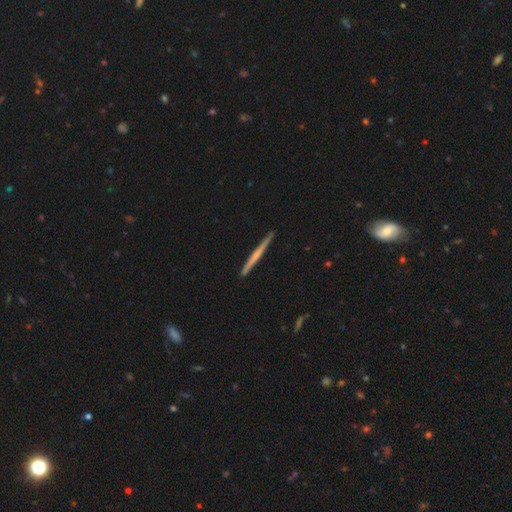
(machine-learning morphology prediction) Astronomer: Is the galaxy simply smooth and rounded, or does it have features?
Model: featured or disk — 56% (runner-up: smooth, 39%).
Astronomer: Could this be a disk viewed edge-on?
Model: yes — 98%.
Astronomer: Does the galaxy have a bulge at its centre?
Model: none — 74%.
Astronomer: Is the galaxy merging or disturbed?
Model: none — 92%.